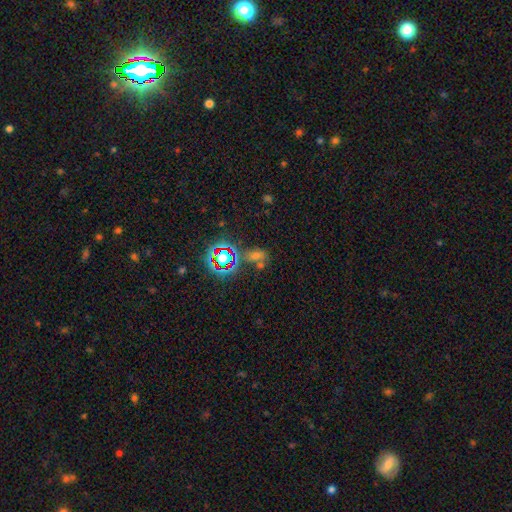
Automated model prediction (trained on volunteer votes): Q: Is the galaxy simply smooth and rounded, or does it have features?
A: star or artifact — 54%.